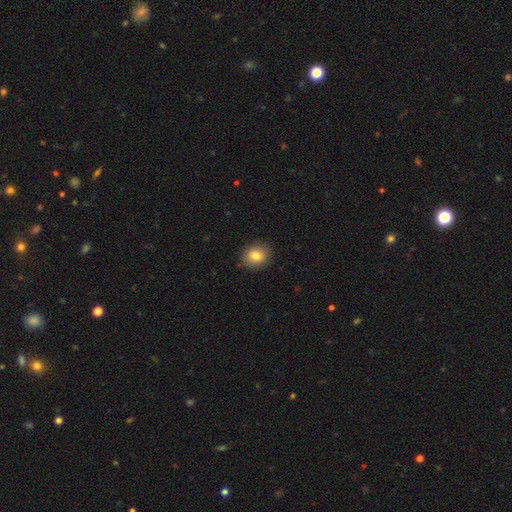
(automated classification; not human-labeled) Smooth or featured: smooth — 80% (featured or disk — 10%)
How rounded: round — 59% (in between — 40%)
Merging: none — 86% (minor disturbance — 10%)